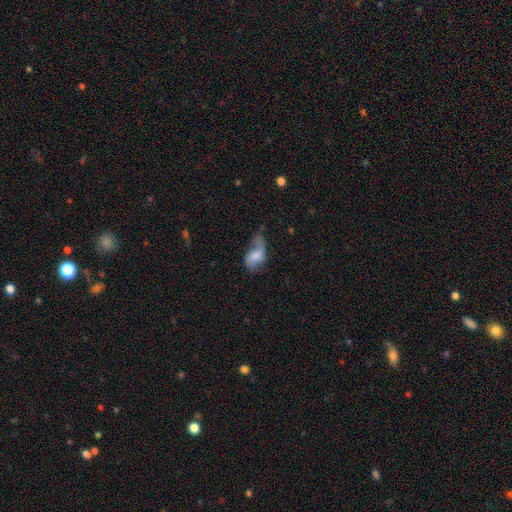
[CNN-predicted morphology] The model was most divided on "smooth or featured": featured or disk: 48%, smooth: 44%, star or artifact: 8%. Remaining: merging — none (37%).